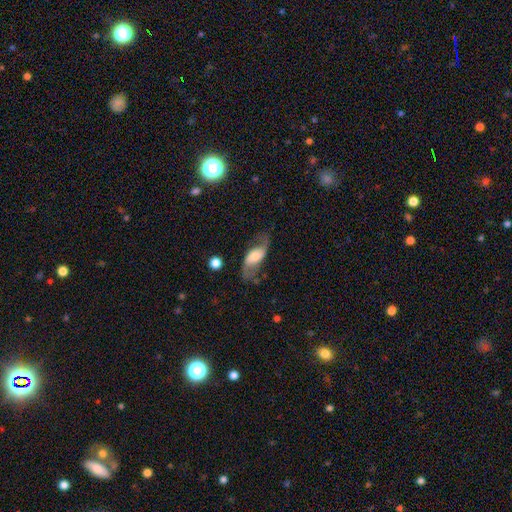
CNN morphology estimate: Overall: featured or disk (65%; smooth 28%). Edge-on disk: no (90%). Bar: no (43%; weak 36%). Spiral arms: yes (88%). Spiral arm count: 2 (89%). Spiral winding: loose (71%). Bulge size: large (31%; moderate 27%). Merging: none (62%).